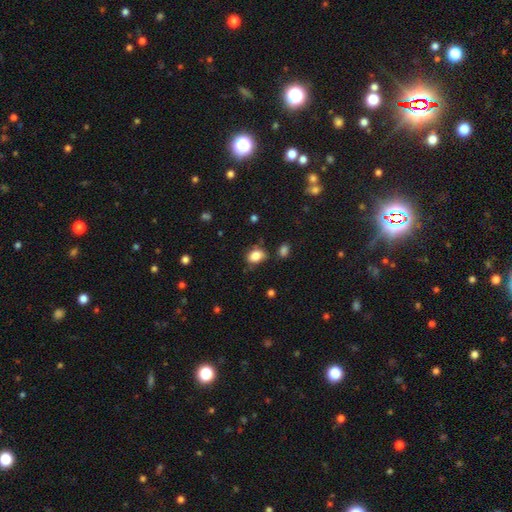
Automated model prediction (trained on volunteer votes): A smooth galaxy with no disk features (84%) that is in between round and cigar-shaped (77%). Merging: none (68%).